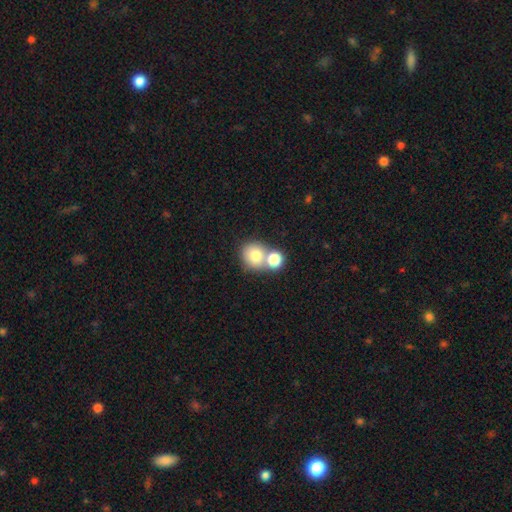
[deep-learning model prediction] Morphology: type=smooth (77%); roundness=round (82%); merging=merger (49%).